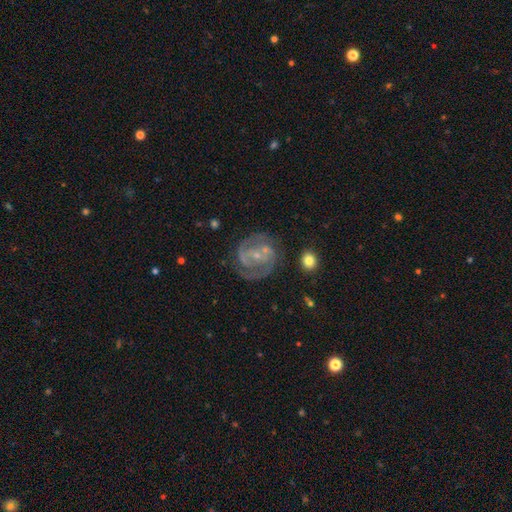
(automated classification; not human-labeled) featured or disk 86%, smooth 7%, star or artifact 6%. Down the decision tree: edge-on disk — no (98%); bar — weak (41%); spiral arms — yes (95%); spiral arm count — 2 (73%); spiral winding — tight (47%); bulge size — small (77%); merging — none (69%).